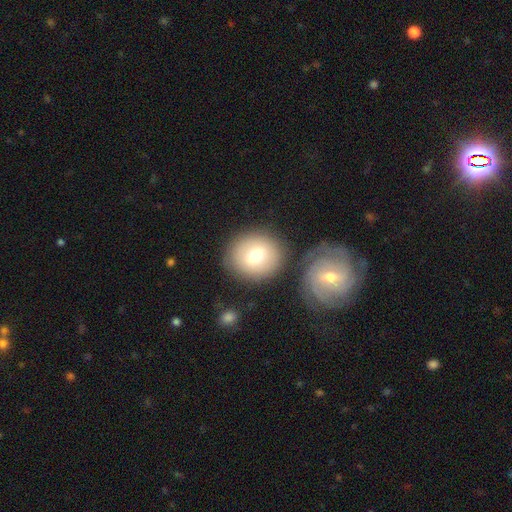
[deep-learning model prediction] Smooth or featured: smooth — 70% (featured or disk — 22%)
How rounded: round — 78% (in between — 21%)
Merging: none — 75% (merger — 11%)